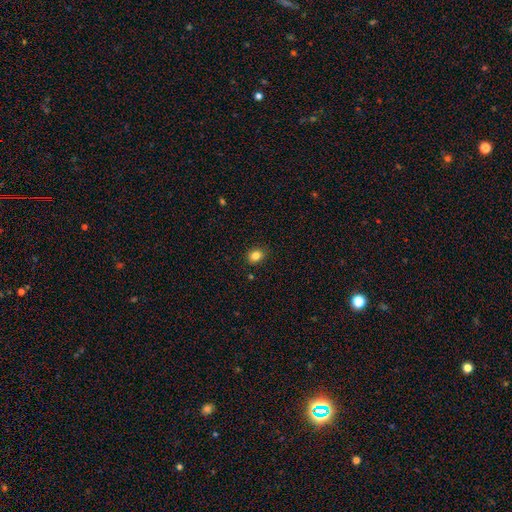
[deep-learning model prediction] Smooth or featured: smooth — 84% (star or artifact — 11%)
How rounded: round — 54% (in between — 46%)
Merging: none — 88% (minor disturbance — 8%)